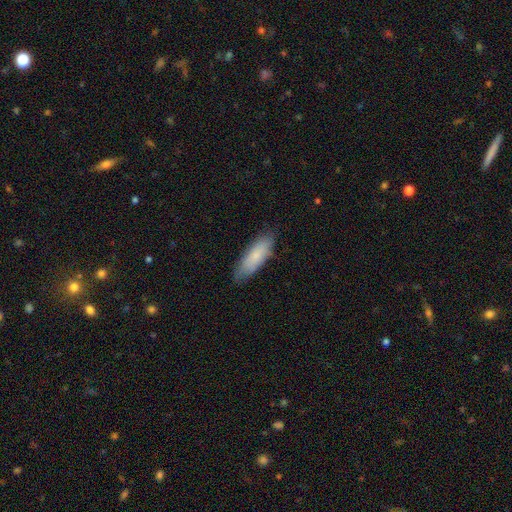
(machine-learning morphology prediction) Smooth or featured? Predicted: smooth (p=0.80). How rounded? Predicted: in between (p=0.54). Merging? Predicted: none (p=0.82).